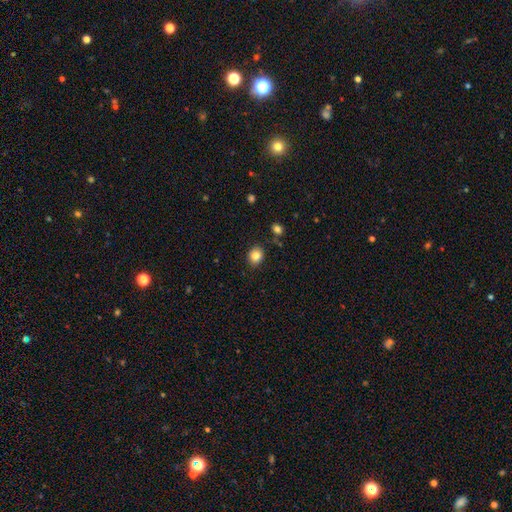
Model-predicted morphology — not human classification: smooth-or-featured: smooth: 83% | star or artifact: 10% | featured or disk: 6%
  how-rounded: round: 64% | in between: 35% | cigar-shaped: 1%
  merging: none: 86% | minor disturbance: 10% | major disturbance: 2% | merger: 2%